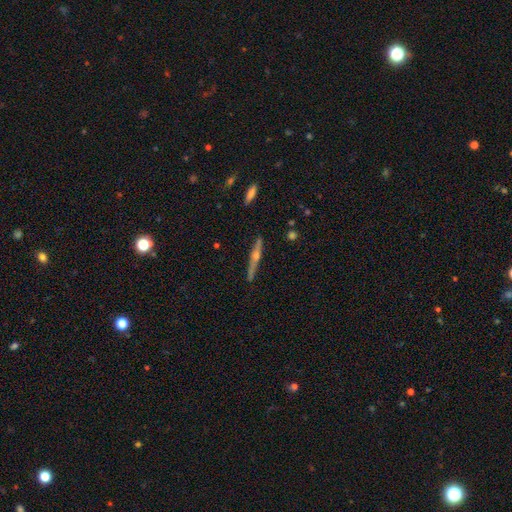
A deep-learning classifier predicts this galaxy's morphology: featured or disk 76%, smooth 18%, star or artifact 7%. Down the decision tree: edge-on disk — yes (97%); edge-on bulge — rounded (89%); merging — none (87%).